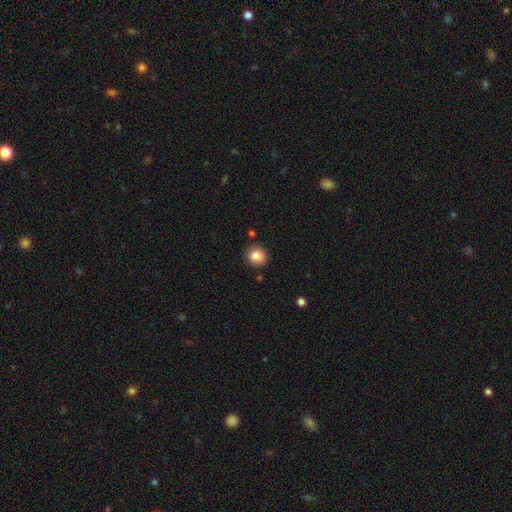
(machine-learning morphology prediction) This appears to be a smooth galaxy with no disk features (84%) that is round (85%). Merging: none (88%).